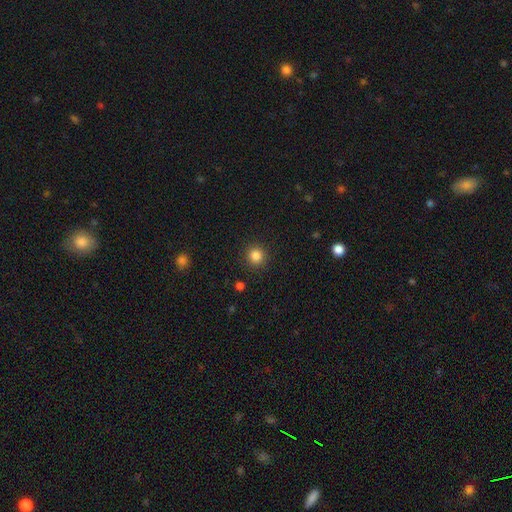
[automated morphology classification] smooth_or_featured: smooth (p=0.85) [alt: star or artifact p=0.11]
how_rounded: round (p=0.93) [alt: in between p=0.06]
merging: none (p=0.91) [alt: minor disturbance p=0.06]